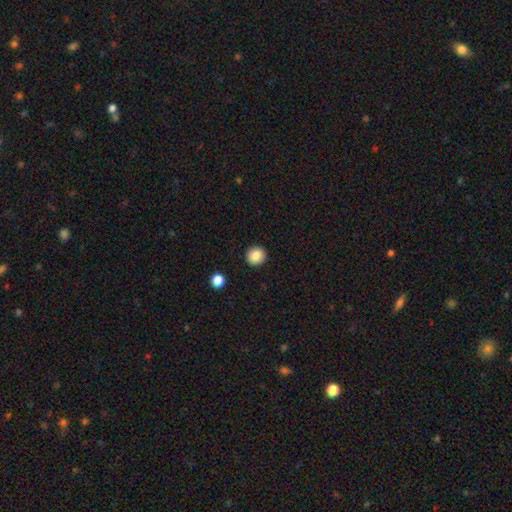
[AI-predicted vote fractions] This appears to be a smooth galaxy with no disk features (87%) that is round (94%). Merging: none (93%).